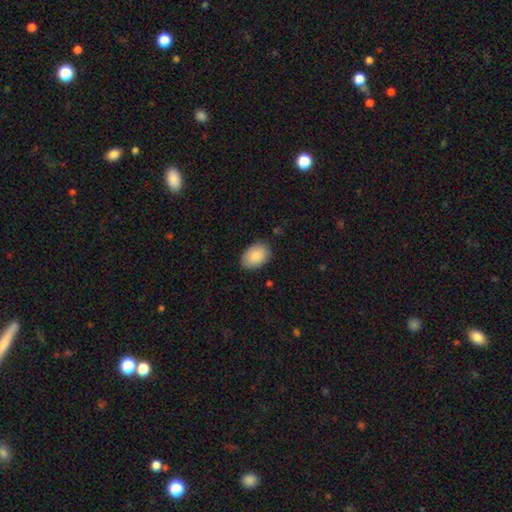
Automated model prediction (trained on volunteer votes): A smooth galaxy with no disk features (89%) that is in between round and cigar-shaped (88%). Merging: none (85%).